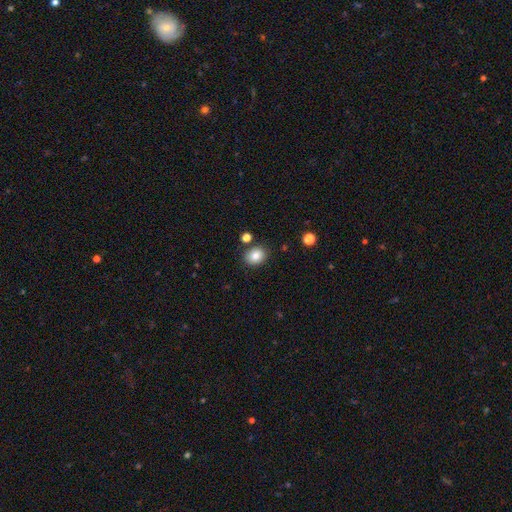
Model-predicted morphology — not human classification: smooth_or_featured: smooth (p=0.82) [alt: star or artifact p=0.10]
how_rounded: round (p=0.55) [alt: in between p=0.44]
merging: none (p=0.84) [alt: minor disturbance p=0.09]